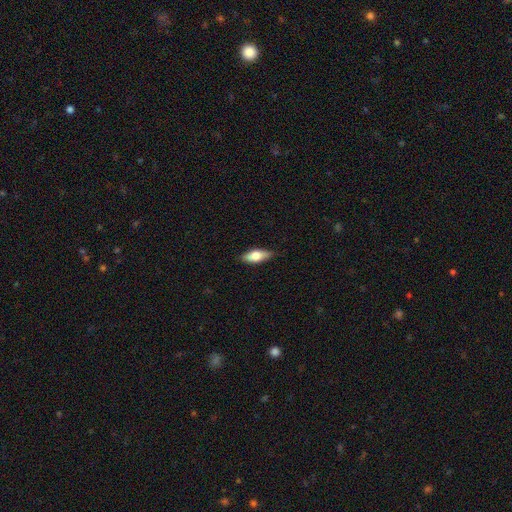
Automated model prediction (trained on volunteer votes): smooth 65%, featured or disk 29%, star or artifact 6%. Down the decision tree: how rounded — in between (74%); merging — none (85%).